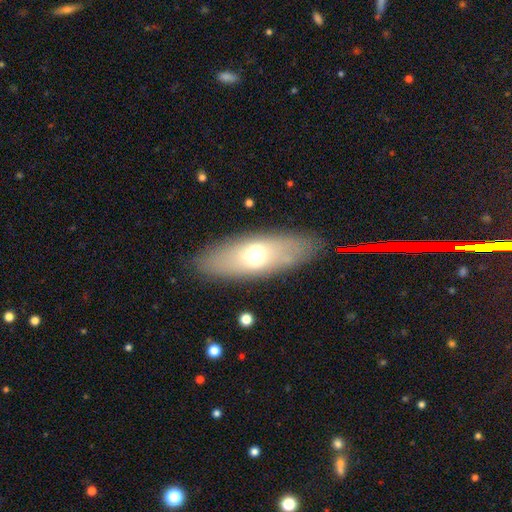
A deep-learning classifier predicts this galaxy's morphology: type=smooth (55%); roundness=in between (64%); merging=none (84%).